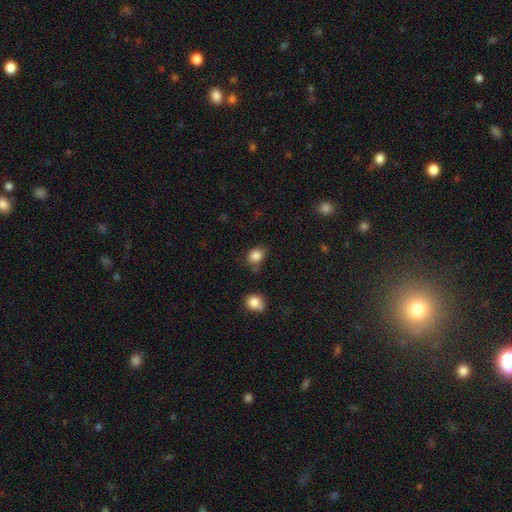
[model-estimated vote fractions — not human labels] The model was most divided on "how rounded": in between: 51%, round: 47%, cigar-shaped: 1%. More confident: smooth or featured — smooth (84%); merging — none (67%).